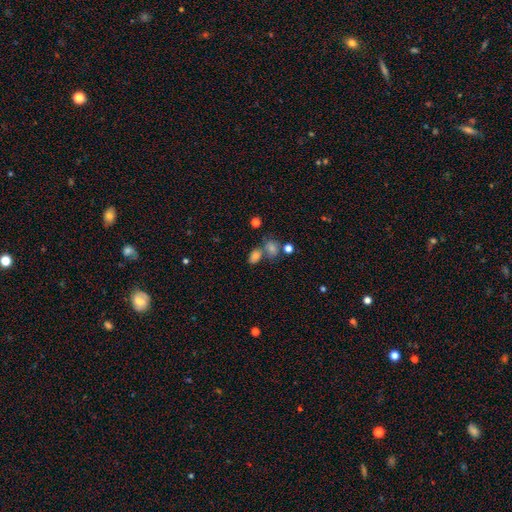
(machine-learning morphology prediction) type=smooth (70%); roundness=in between (72%); merging=none (47%).